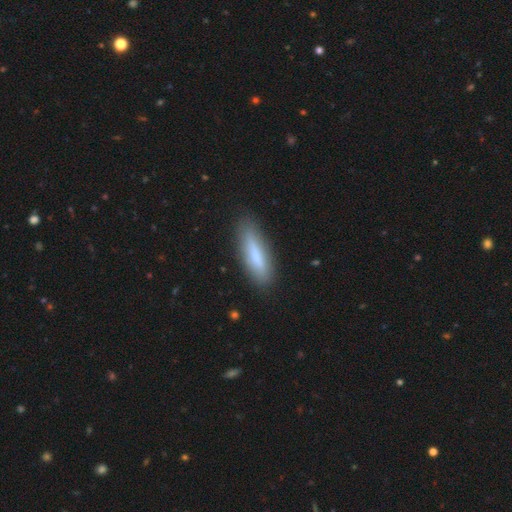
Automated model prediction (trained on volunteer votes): This is likely a smooth galaxy (73%). How rounded: likely cigar-shaped (67%). Merging: clearly none (83%).